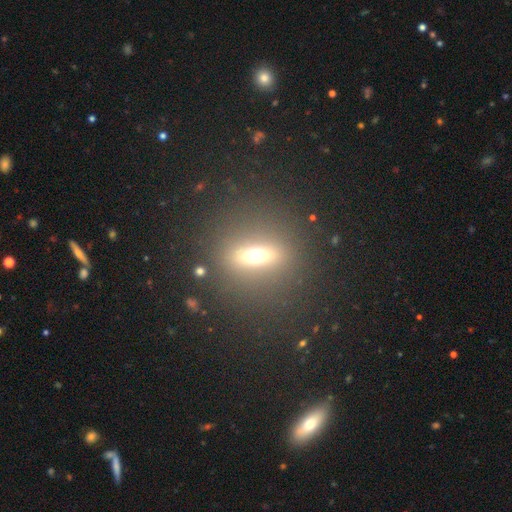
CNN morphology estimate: The model was most divided on "smooth or featured": smooth: 47%, featured or disk: 35%, star or artifact: 18%. More confident: merging — none (82%).